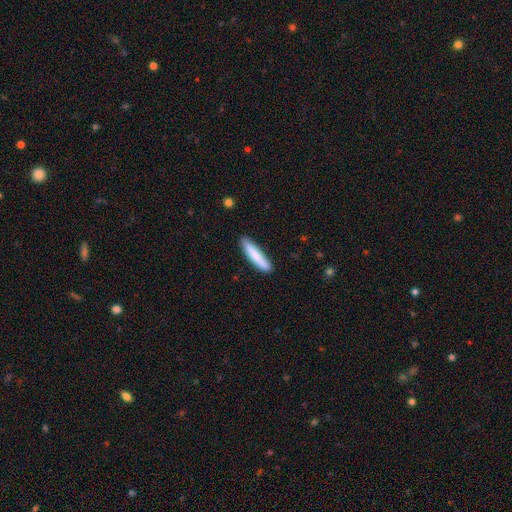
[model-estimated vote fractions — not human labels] Smooth or featured? smooth (83%)
How rounded? cigar-shaped (89%)
Merging? none (86%)